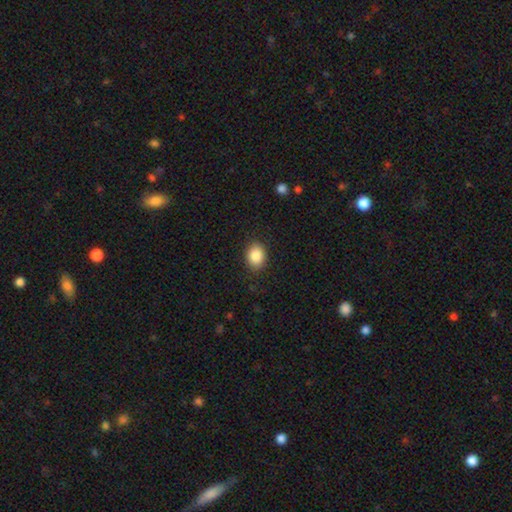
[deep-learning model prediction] smooth 86%, star or artifact 8%, featured or disk 5%. Down the decision tree: how rounded — in between (60%); merging — none (88%).